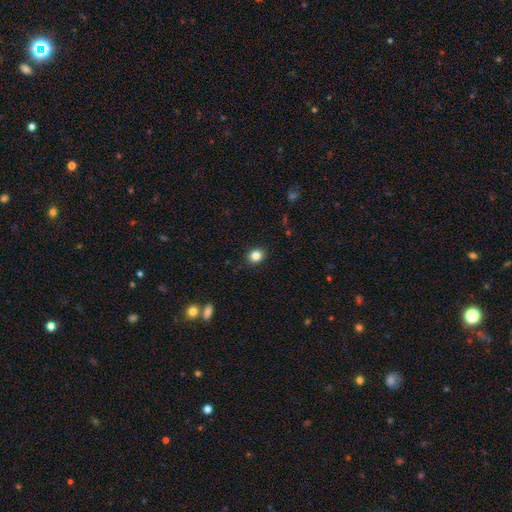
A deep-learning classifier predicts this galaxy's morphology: Q: Smooth or featured?
A: smooth (83%); runner-up: star or artifact (11%)
Q: How rounded?
A: round (69%); runner-up: in between (31%)
Q: Merging?
A: none (91%); runner-up: minor disturbance (7%)